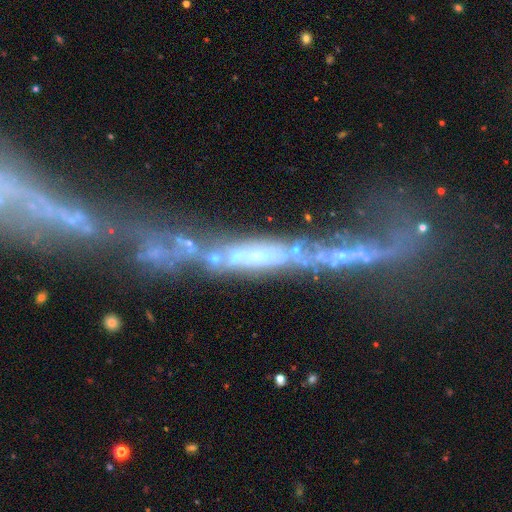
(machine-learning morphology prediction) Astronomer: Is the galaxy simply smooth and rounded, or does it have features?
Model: featured or disk — 66%.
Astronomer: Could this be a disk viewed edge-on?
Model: no — 58% (runner-up: yes, 42%).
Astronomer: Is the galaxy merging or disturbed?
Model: major disturbance — 31% (runner-up: none, 29%).